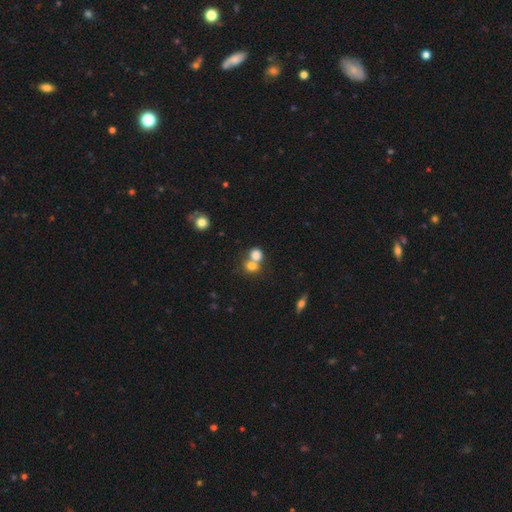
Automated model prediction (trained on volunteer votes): smooth-or-featured: smooth: 77% | star or artifact: 12% | featured or disk: 10%
  how-rounded: round: 70% | in between: 28% | cigar-shaped: 1%
  merging: merger: 54% | none: 36% | minor disturbance: 7% | major disturbance: 4%